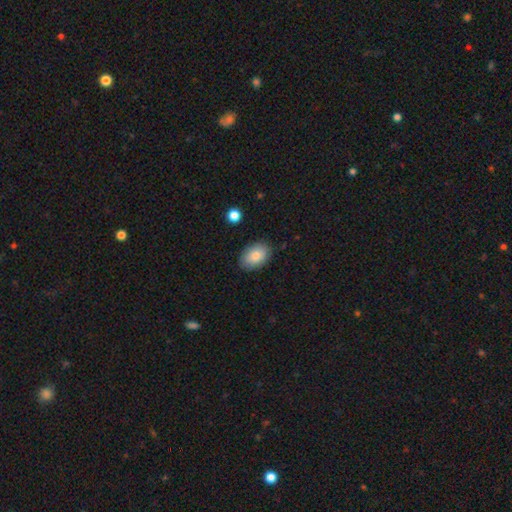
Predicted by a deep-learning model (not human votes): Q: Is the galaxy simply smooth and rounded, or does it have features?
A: smooth — 85%.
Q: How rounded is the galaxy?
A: in between — 89%.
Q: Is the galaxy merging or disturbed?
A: none — 85%.